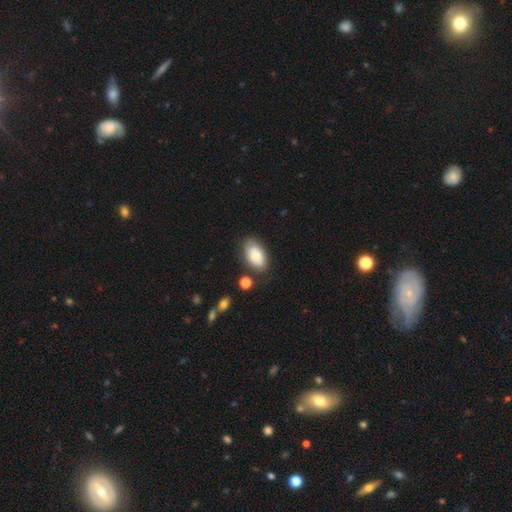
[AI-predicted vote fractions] Overall: smooth (68%). How rounded: in between (93%). Merging: none (72%).